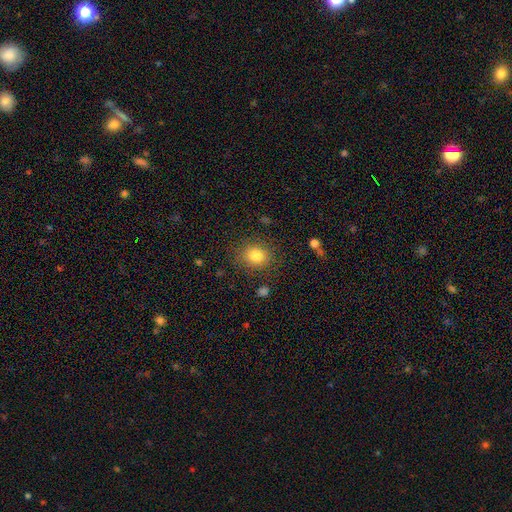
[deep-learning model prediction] Smooth or featured? smooth (82%)
How rounded? round (65%)
Merging? none (83%)